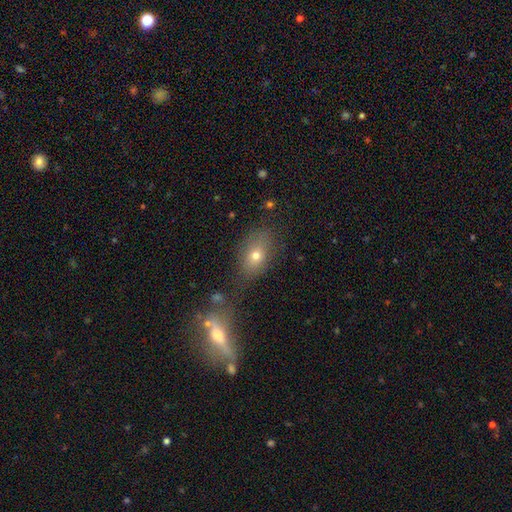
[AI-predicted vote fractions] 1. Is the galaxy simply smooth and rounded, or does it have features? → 69% smooth, 17% featured or disk, 14% star or artifact.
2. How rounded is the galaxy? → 77% in between, 20% round, 3% cigar-shaped.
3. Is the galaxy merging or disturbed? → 64% none, 16% minor disturbance, 11% merger, 8% major disturbance.